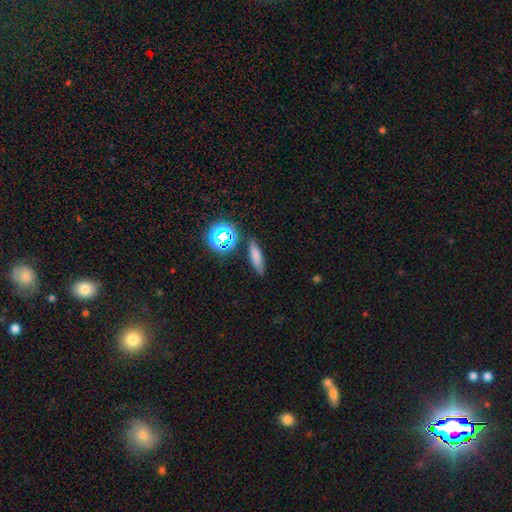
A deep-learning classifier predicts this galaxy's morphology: The model was most divided on "how rounded": cigar-shaped: 54%, in between: 40%, round: 6%. More confident: merging — none (81%); smooth or featured — smooth (71%).